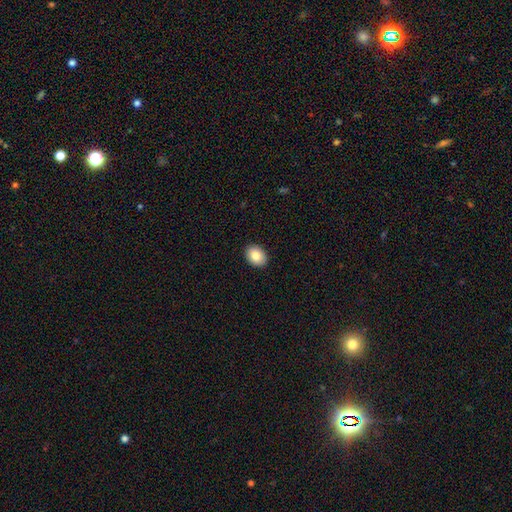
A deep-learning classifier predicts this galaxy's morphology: Q: Smooth or featured?
A: smooth (84%); runner-up: featured or disk (8%)
Q: How rounded?
A: in between (67%); runner-up: round (32%)
Q: Merging?
A: none (91%); runner-up: minor disturbance (6%)